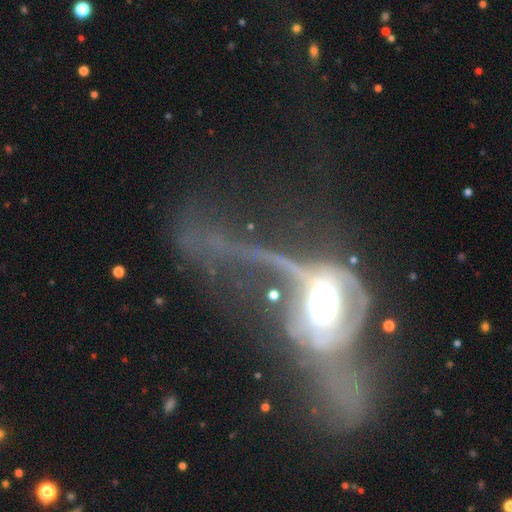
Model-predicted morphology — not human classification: Smooth or featured? featured or disk (70%)
Edge-on disk? no (75%)
Bar? no (67%)
Spiral arms? no (56%)
Bulge size? large (38%)
Merging? major disturbance (61%)